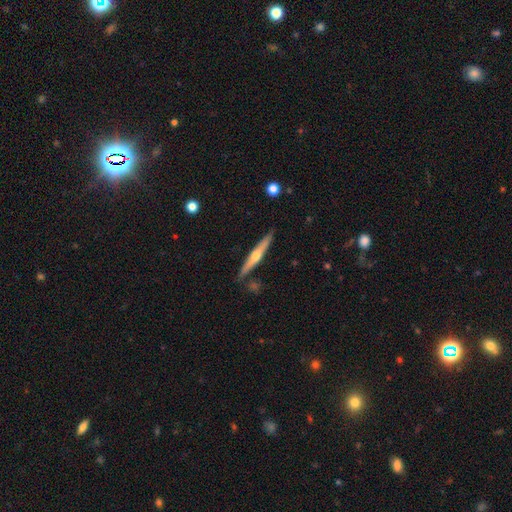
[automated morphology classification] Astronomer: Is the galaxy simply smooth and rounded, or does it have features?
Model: featured or disk — 63%.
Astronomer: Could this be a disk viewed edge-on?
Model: yes — 97%.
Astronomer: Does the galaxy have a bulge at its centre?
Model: rounded — 87%.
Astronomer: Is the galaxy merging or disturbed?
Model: none — 87%.